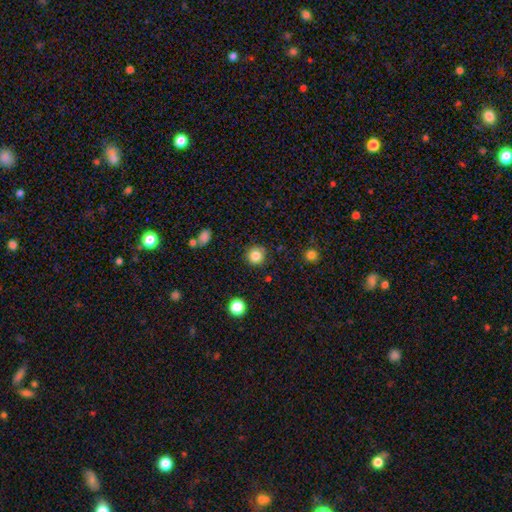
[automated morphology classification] A smooth galaxy with no disk features (83%) that is round (94%). Merging: none (87%).